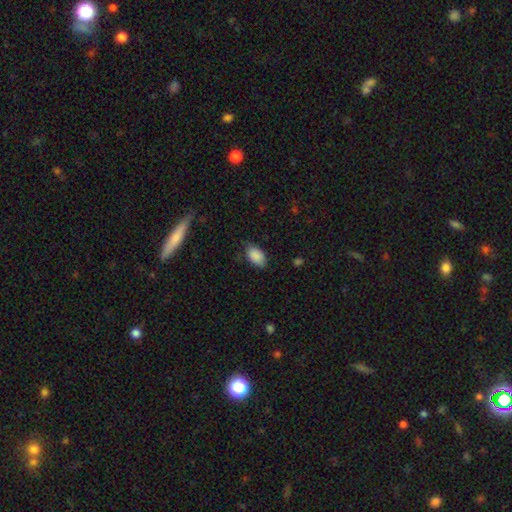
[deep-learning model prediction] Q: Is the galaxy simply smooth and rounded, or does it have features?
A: smooth — 89%.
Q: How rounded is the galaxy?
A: in between — 92%.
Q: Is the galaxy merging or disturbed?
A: none — 76%.